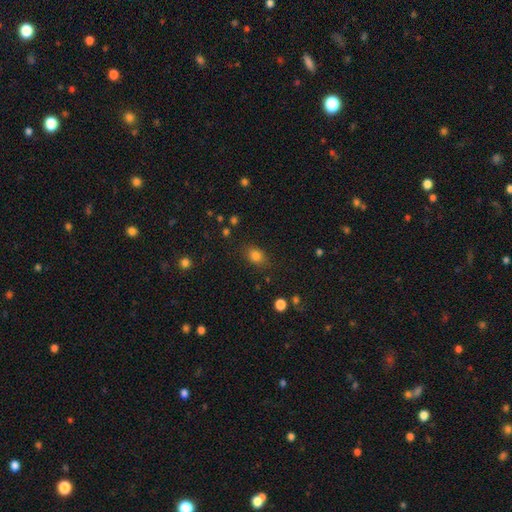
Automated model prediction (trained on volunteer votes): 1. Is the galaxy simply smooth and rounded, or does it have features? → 82% smooth, 12% star or artifact, 6% featured or disk.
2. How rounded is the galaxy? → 61% in between, 37% round, 2% cigar-shaped.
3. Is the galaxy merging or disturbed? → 81% none, 13% minor disturbance, 4% major disturbance, 2% merger.